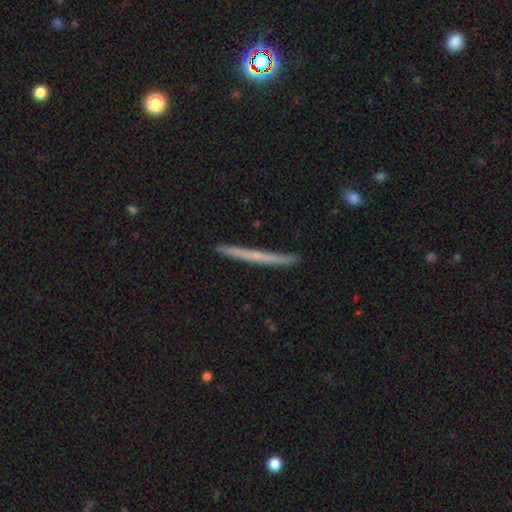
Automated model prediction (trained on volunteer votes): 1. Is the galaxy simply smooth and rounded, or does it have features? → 49% smooth, 45% featured or disk, 6% star or artifact.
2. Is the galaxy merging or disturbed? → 90% none, 7% minor disturbance, 1% major disturbance, 1% merger.